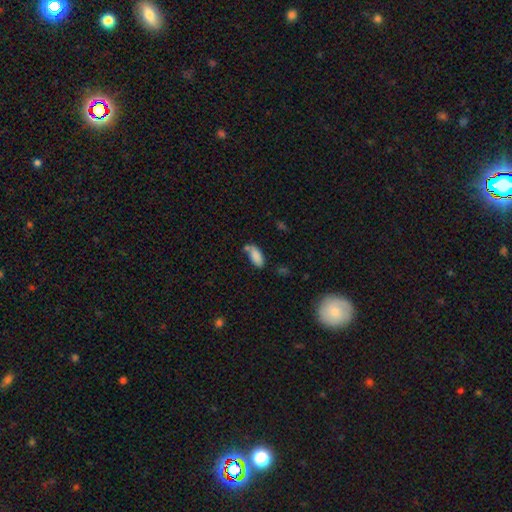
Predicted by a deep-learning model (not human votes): The model was most divided on "merging": none: 56%, minor disturbance: 21%, merger: 16%, major disturbance: 6%. More confident: how rounded — in between (89%); smooth or featured — smooth (85%).